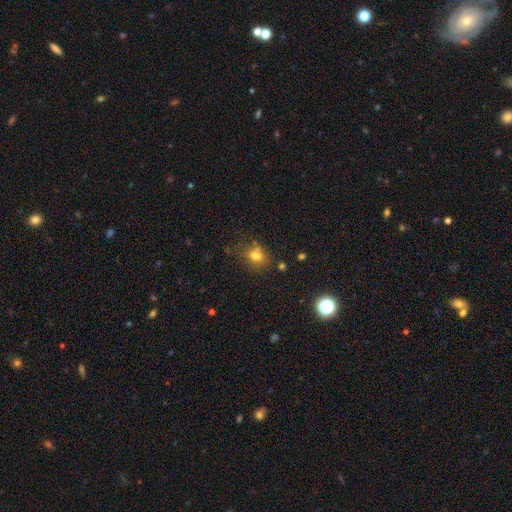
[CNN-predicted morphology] Smooth or featured? smooth (74%)
How rounded? in between (56%)
Merging? none (61%)